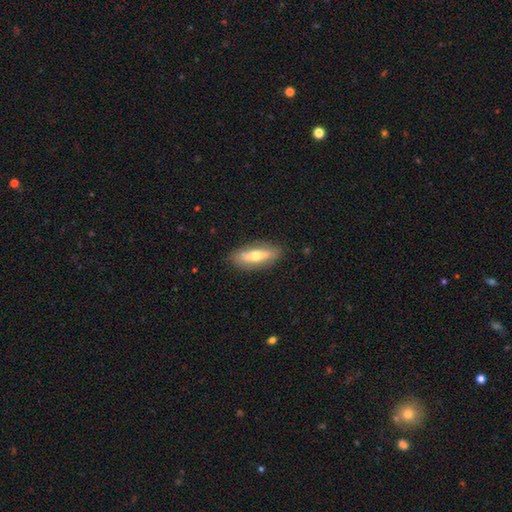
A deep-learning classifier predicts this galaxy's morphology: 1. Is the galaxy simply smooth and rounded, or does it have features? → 50% smooth, 43% featured or disk, 7% star or artifact.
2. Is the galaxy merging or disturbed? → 84% none, 12% minor disturbance, 3% major disturbance, 1% merger.